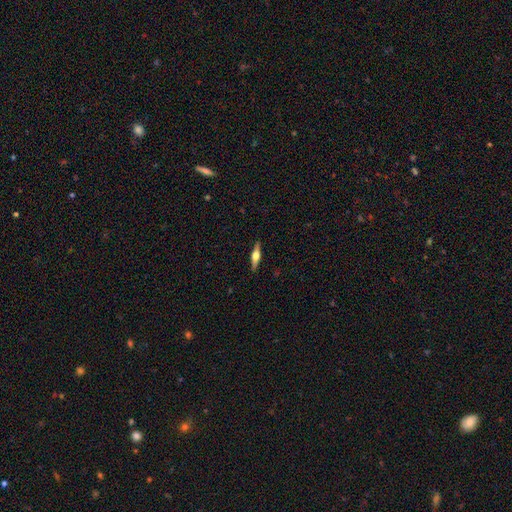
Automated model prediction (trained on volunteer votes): Smooth or featured? Predicted: featured or disk (p=0.65). Edge-on disk? Predicted: yes (p=0.97). Edge-on bulge? Predicted: rounded (p=0.93). Merging? Predicted: none (p=0.90).